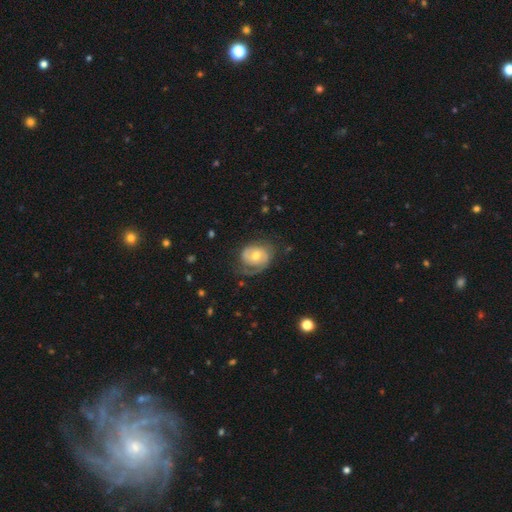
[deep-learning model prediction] The model was most divided on "spiral winding": tight: 45%, medium: 36%, loose: 18%. Remaining: edge-on disk — no (97%); spiral arms — yes (88%); smooth or featured — featured or disk (72%); bulge size — moderate (67%); bar — no (64%); merging — none (57%); spiral arm count — 2 (47%).